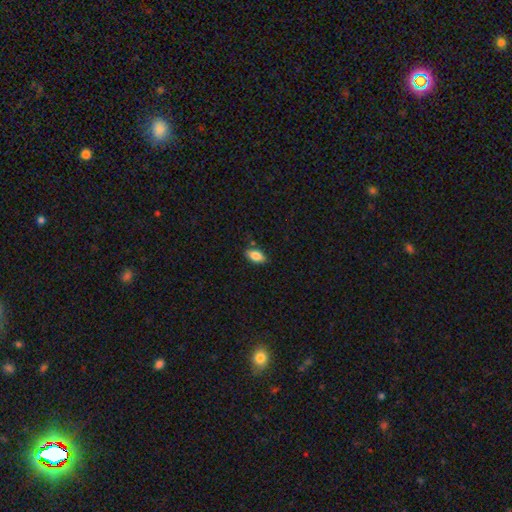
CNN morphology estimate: This is clearly a smooth galaxy (84%). How rounded: clearly in between (91%). Merging: clearly none (80%).